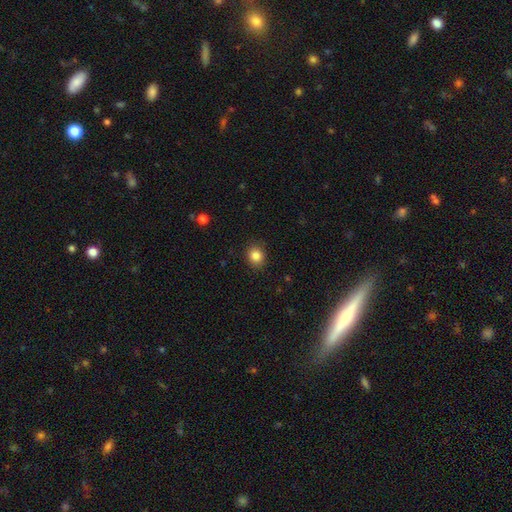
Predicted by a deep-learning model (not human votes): Smooth or featured? Predicted: smooth (p=0.85). How rounded? Predicted: round (p=0.73). Merging? Predicted: none (p=0.87).